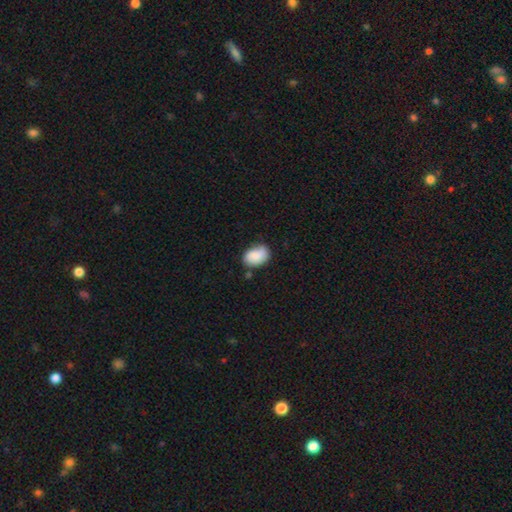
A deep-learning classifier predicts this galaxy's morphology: Smooth or featured?
  - smooth: 84% *
  - featured or disk: 9%
  - star or artifact: 7%
How rounded?
  - in between: 82% *
  - round: 16%
  - cigar-shaped: 1%
Merging?
  - none: 62% *
  - minor disturbance: 27%
  - major disturbance: 6%
  - merger: 5%